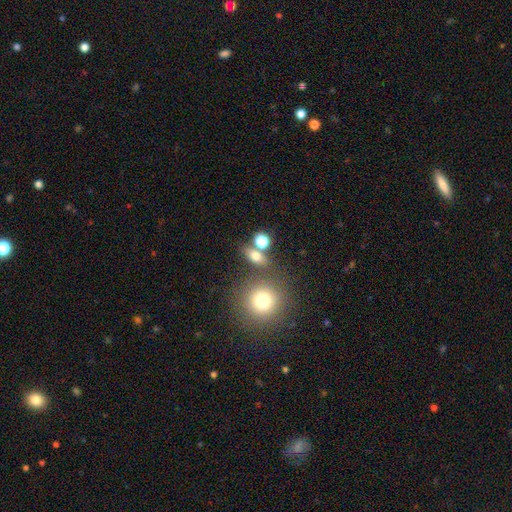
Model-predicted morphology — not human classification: Smooth or featured?
  - smooth: 71% *
  - star or artifact: 16%
  - featured or disk: 14%
How rounded?
  - in between: 54% *
  - round: 39%
  - cigar-shaped: 7%
Merging?
  - none: 65% *
  - merger: 19%
  - minor disturbance: 11%
  - major disturbance: 5%